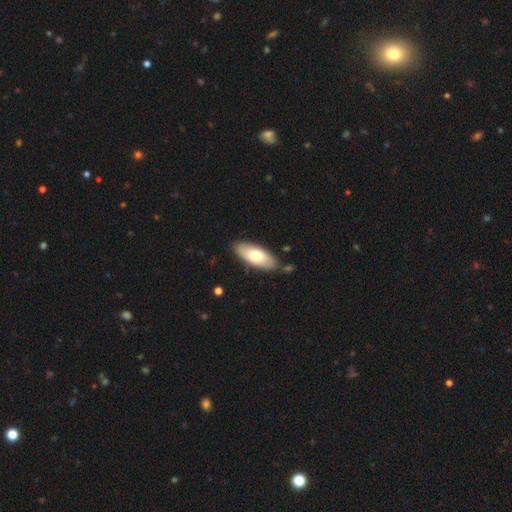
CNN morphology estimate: Overall: smooth (73%). How rounded: in between (83%). Merging: none (83%).